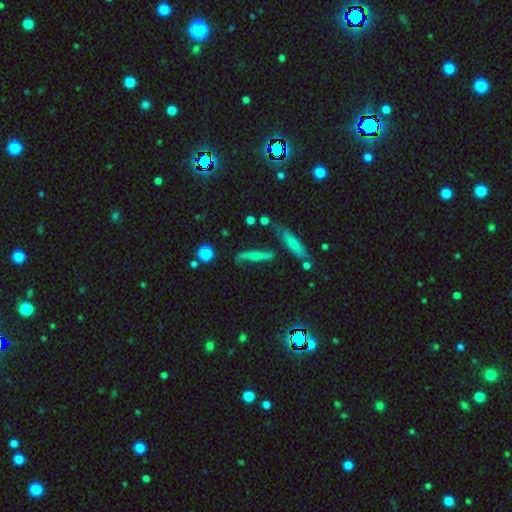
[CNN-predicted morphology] Smooth or featured? featured or disk (55%)
Edge-on disk? yes (59%)
Merging? none (58%)